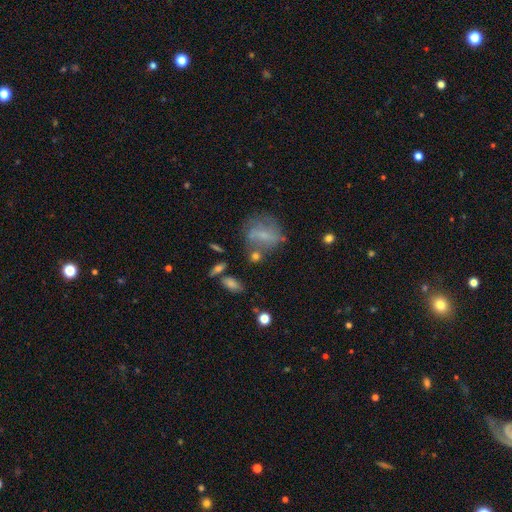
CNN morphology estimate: Q: Smooth or featured?
A: smooth (49%); runner-up: featured or disk (38%)
Q: Merging?
A: none (52%); runner-up: minor disturbance (22%)